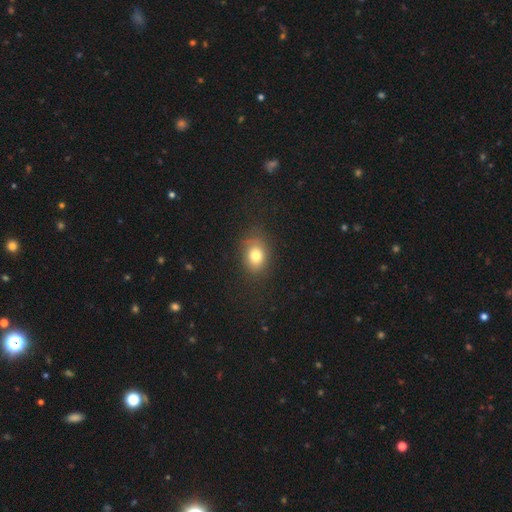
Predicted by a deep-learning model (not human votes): A smooth galaxy with no disk features (77%) that is in between round and cigar-shaped (56%).

Vote fractions:
- Smooth or featured? smooth: 77% / star or artifact: 11% / featured or disk: 11%
- How rounded? in between: 56% / round: 43% / cigar-shaped: 1%
- Merging? none: 75% / minor disturbance: 17% / major disturbance: 7% / merger: 1%